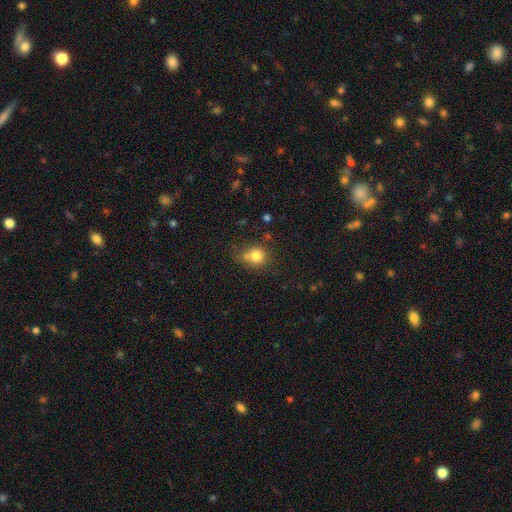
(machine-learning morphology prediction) A smooth galaxy with no disk features (79%) that is round (81%). Merging: none (55%).